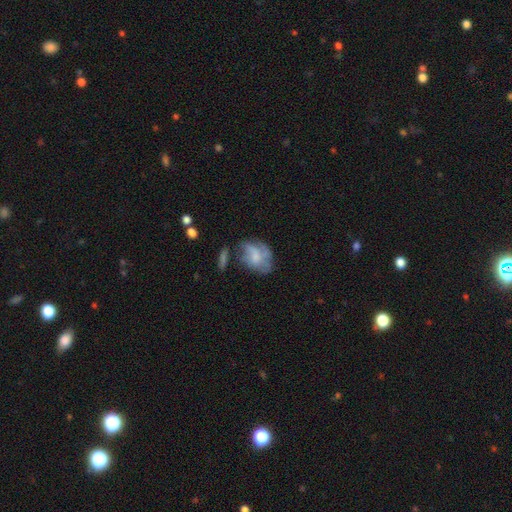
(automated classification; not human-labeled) Smooth or featured? Predicted: smooth (p=0.51). How rounded? Predicted: in between (p=0.71). Merging? Predicted: none (p=0.40).